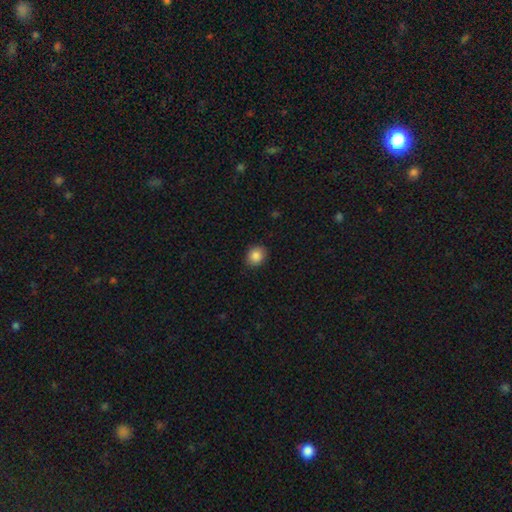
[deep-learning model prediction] A smooth galaxy with no disk features (86%) that is round (70%).

Vote fractions:
- Smooth or featured? smooth: 86% / star or artifact: 9% / featured or disk: 4%
- How rounded? round: 70% / in between: 29% / cigar-shaped: 1%
- Merging? none: 88% / minor disturbance: 9% / major disturbance: 2% / merger: 1%